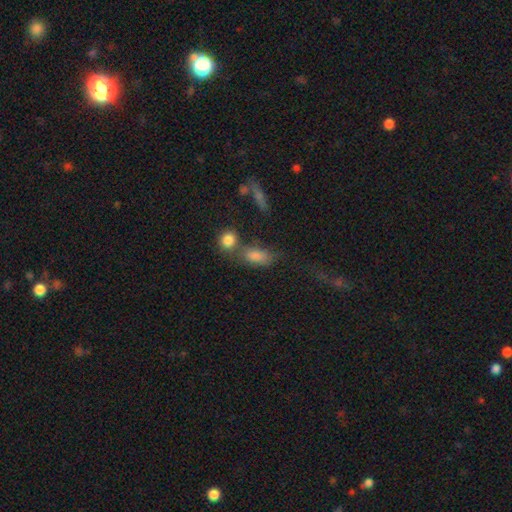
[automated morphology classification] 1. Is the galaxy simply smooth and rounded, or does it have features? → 77% smooth, 12% star or artifact, 11% featured or disk.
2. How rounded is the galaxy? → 77% in between, 13% round, 10% cigar-shaped.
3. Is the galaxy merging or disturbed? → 43% none, 33% merger, 15% minor disturbance, 9% major disturbance.